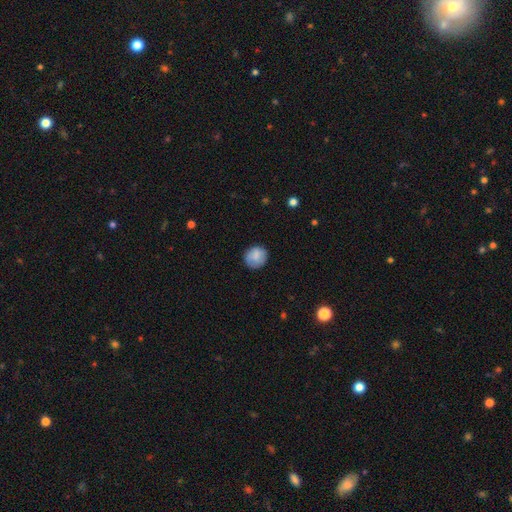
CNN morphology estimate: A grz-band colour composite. It shows a smooth galaxy with no disk features (83%) that is round (83%). Merging: none (80%).